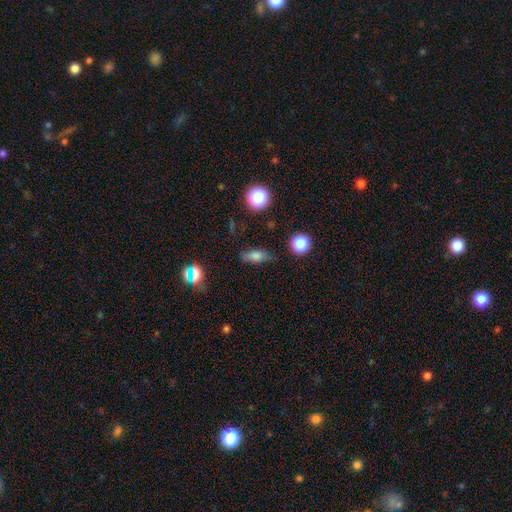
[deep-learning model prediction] smooth 71%, featured or disk 17%, star or artifact 12%. Down the decision tree: how rounded — in between (69%); merging — none (75%).